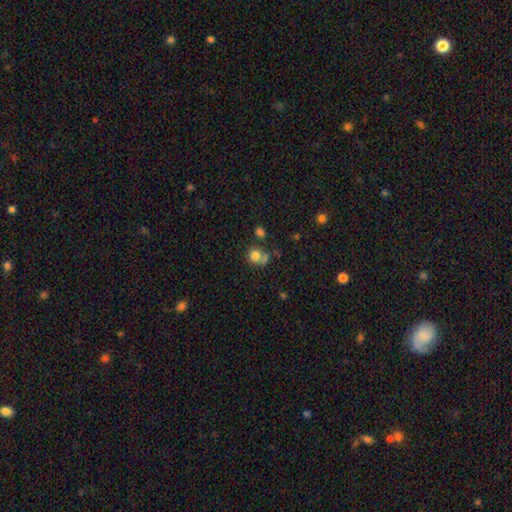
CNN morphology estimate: Overall: smooth (78%). How rounded: round (84%). Merging: none (52%; merger 30%).